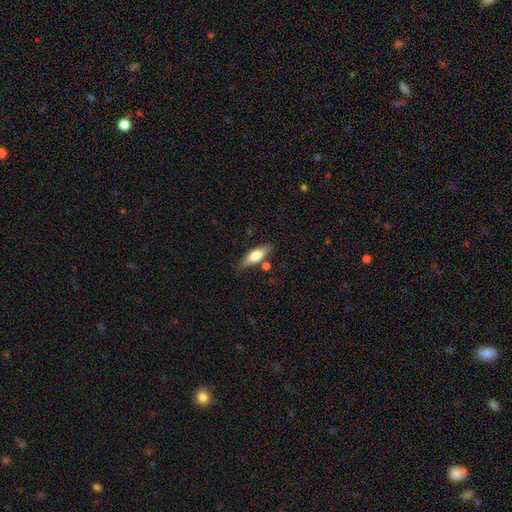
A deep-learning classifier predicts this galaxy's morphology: This is likely a smooth galaxy (69%). How rounded: likely in between (62%). Merging: likely none (76%).